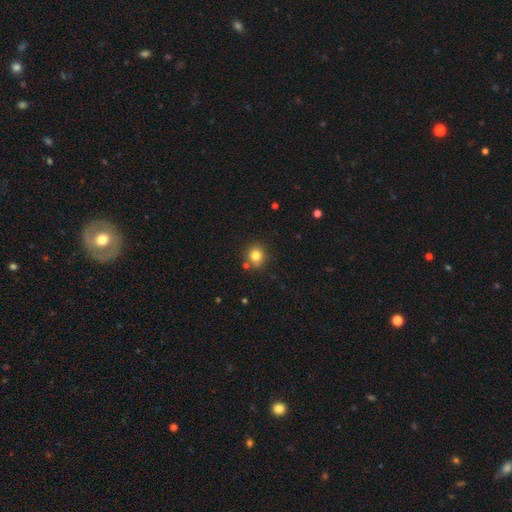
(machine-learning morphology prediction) Smooth or featured? Predicted: smooth (p=0.80). How rounded? Predicted: round (p=0.87). Merging? Predicted: none (p=0.80).